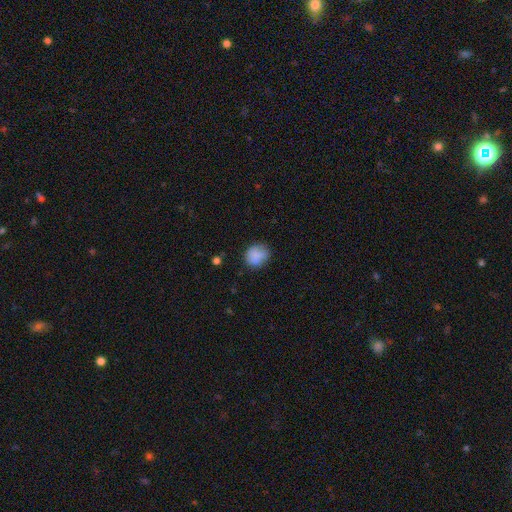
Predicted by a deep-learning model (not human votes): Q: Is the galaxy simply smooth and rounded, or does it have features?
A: smooth — 82%.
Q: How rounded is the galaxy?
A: round — 67%.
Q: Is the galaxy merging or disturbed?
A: none — 70%.